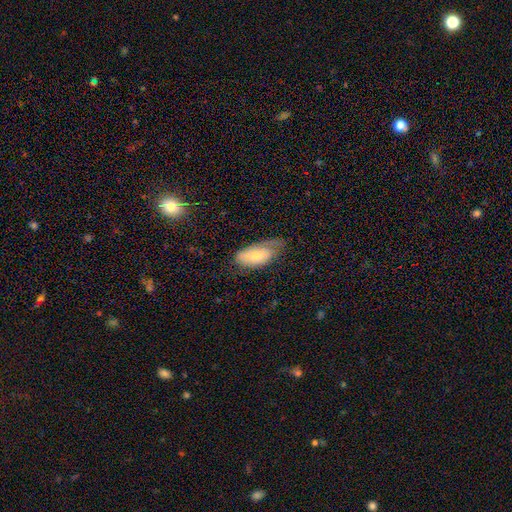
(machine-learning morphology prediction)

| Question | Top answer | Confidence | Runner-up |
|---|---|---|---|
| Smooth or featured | smooth | 64% | featured or disk (29%) |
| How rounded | in between | 90% | cigar-shaped (8%) |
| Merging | none | 41% | minor disturbance (37%) |